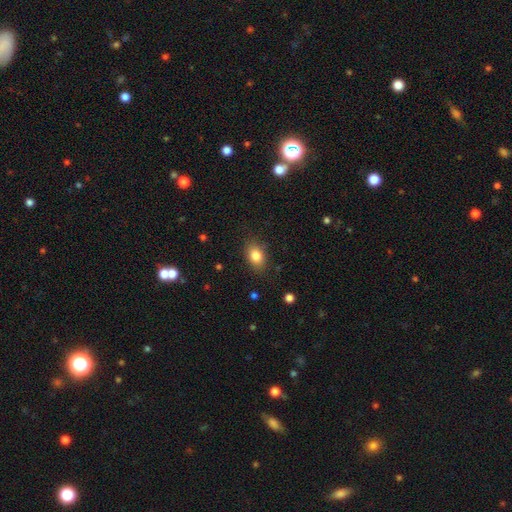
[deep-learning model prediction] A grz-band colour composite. It shows a smooth galaxy with no disk features (82%) that is in between round and cigar-shaped (77%). Merging: none (83%).